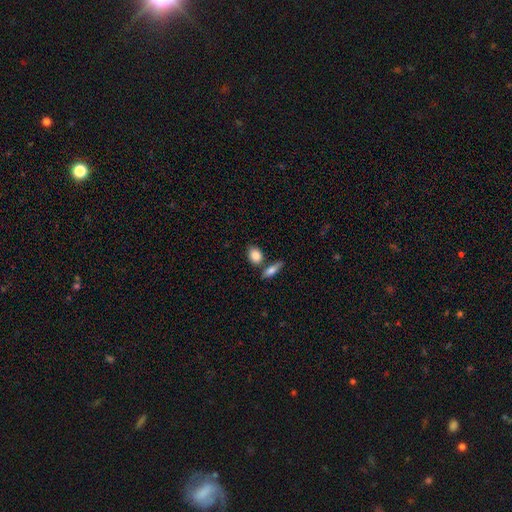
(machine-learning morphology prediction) smooth-or-featured: smooth: 86% | featured or disk: 7% | star or artifact: 7%
  how-rounded: in between: 65% | round: 31% | cigar-shaped: 5%
  merging: none: 66% | merger: 17% | minor disturbance: 13% | major disturbance: 4%